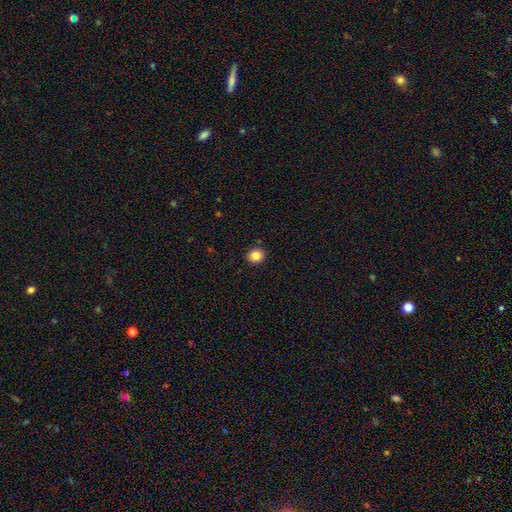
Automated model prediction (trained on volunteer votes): smooth-or-featured: smooth: 84% | star or artifact: 10% | featured or disk: 5%
  how-rounded: round: 81% | in between: 18% | cigar-shaped: 1%
  merging: none: 91% | minor disturbance: 6% | major disturbance: 2% | merger: 2%